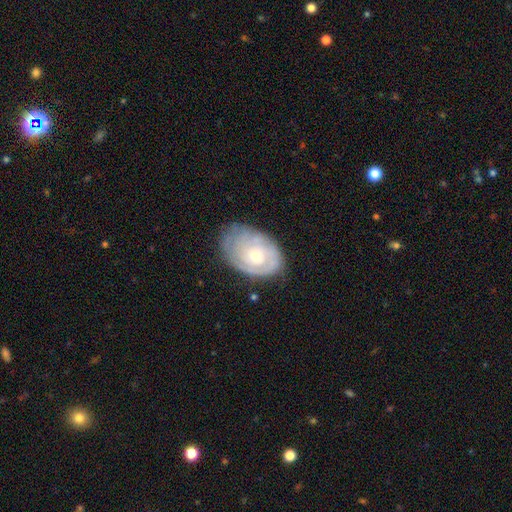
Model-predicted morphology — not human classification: Smooth or featured? Predicted: featured or disk (p=0.64). Edge-on disk? Predicted: no (p=0.96). Bar? Predicted: no (p=0.82). Spiral arms? Predicted: yes (p=0.75). Bulge size? Predicted: moderate (p=0.48). Merging? Predicted: none (p=0.65).